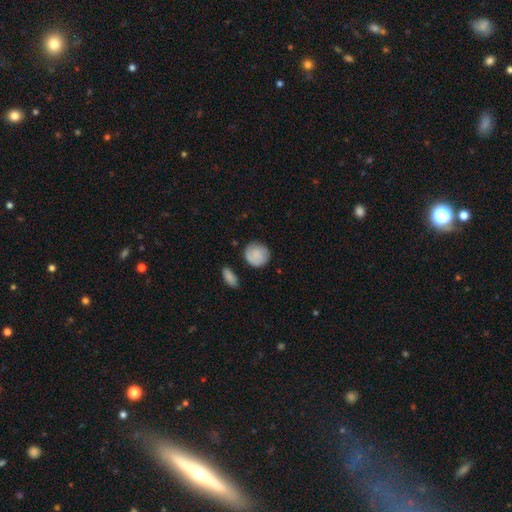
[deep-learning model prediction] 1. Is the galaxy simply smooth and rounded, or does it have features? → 79% smooth, 14% featured or disk, 7% star or artifact.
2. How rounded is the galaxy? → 86% round, 13% in between, 1% cigar-shaped.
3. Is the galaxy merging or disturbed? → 75% none, 17% minor disturbance, 5% major disturbance, 3% merger.